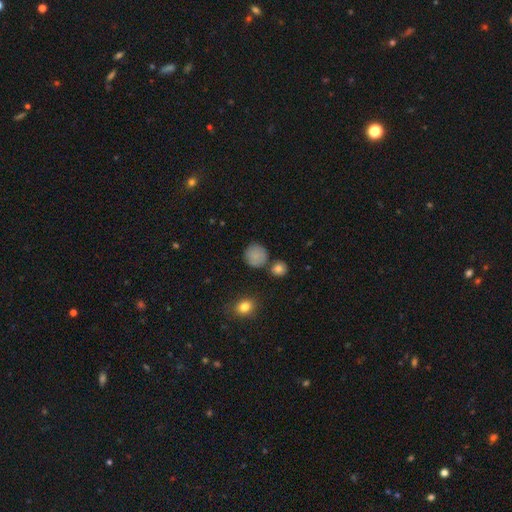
Q: Smooth or featured?
A: smooth (92%); runner-up: featured or disk (5%)
Q: How rounded?
A: round (97%); runner-up: in between (3%)
Q: Merging?
A: none (64%); runner-up: minor disturbance (17%)